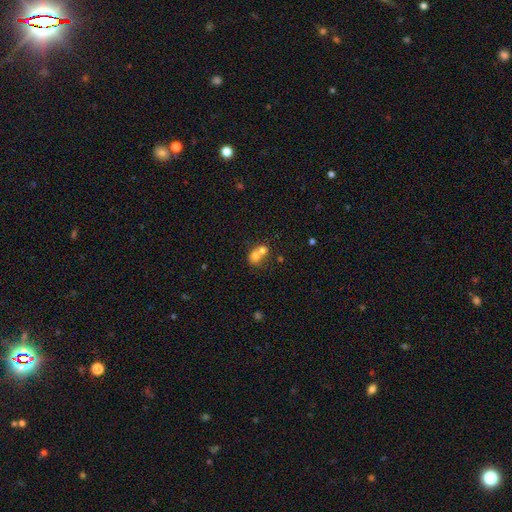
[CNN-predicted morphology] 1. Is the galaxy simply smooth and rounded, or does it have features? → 71% smooth, 17% featured or disk, 11% star or artifact.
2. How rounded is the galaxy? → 74% round, 25% in between, 1% cigar-shaped.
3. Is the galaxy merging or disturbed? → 67% merger, 26% none, 5% minor disturbance, 3% major disturbance.